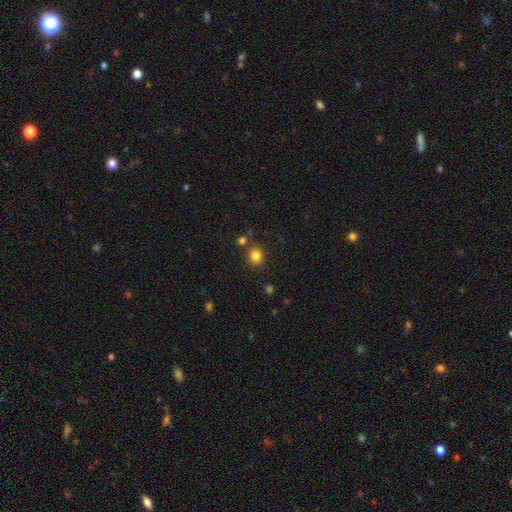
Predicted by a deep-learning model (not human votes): Q: Smooth or featured?
A: smooth (83%); runner-up: star or artifact (12%)
Q: How rounded?
A: round (75%); runner-up: in between (24%)
Q: Merging?
A: none (80%); runner-up: minor disturbance (9%)